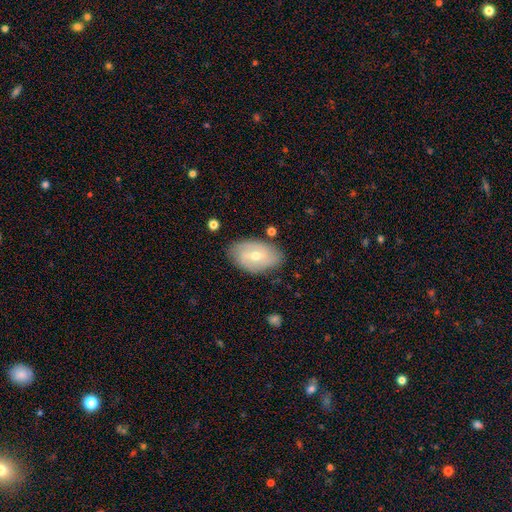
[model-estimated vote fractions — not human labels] Smooth or featured? featured or disk (59%)
Edge-on disk? no (93%)
Bar? weak (44%)
Spiral arms? yes (73%)
Bulge size? moderate (52%)
Merging? none (79%)